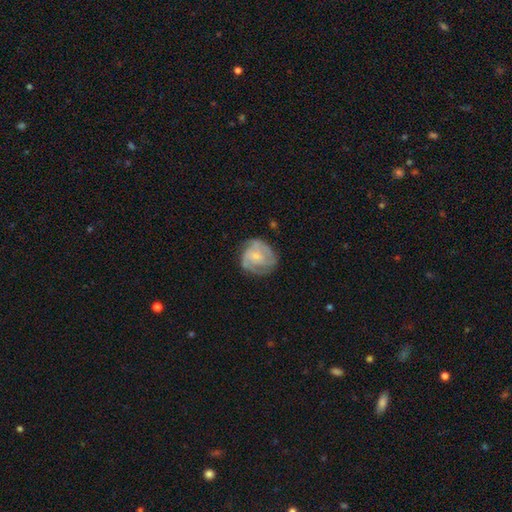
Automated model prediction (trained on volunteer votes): smooth-or-featured: featured or disk: 67% | smooth: 27% | star or artifact: 6%
  disk-edge-on: no: 98% | yes: 2%
    bar: no: 68% | weak: 28% | strong: 4%
    has-spiral-arms: yes: 85% | no: 15%
      spiral-winding: tight: 51% | medium: 37% | loose: 12%
      spiral-arm-count: can't tell: 31% | 3: 30% | 2: 23% | 4: 7% | 1: 5% | more than 4: 4%
    bulge-size: small: 62% | moderate: 28% | none: 8% | large: 2% | dominant: 1%
  merging: none: 65% | minor disturbance: 23% | major disturbance: 11% | merger: 1%